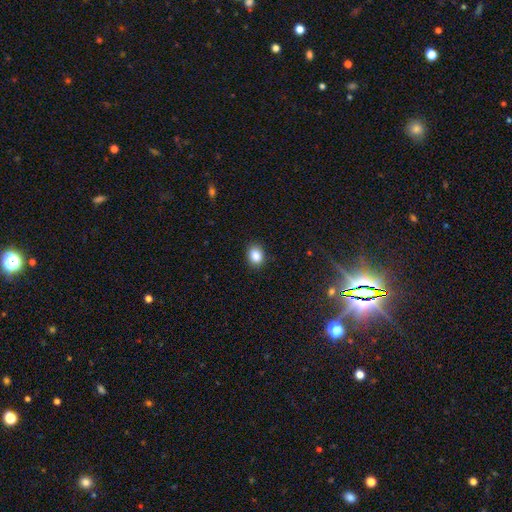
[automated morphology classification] This appears to be a smooth galaxy with no disk features (86%) that is in between round and cigar-shaped (50%). Merging: none (88%).